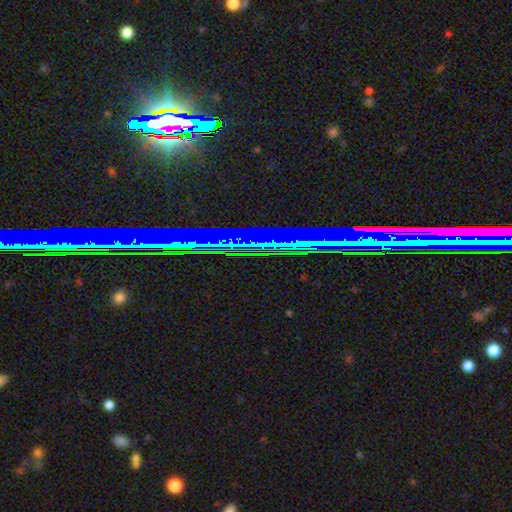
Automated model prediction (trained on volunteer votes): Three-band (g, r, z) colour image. It shows a star or artifact, not a galaxy (76%).